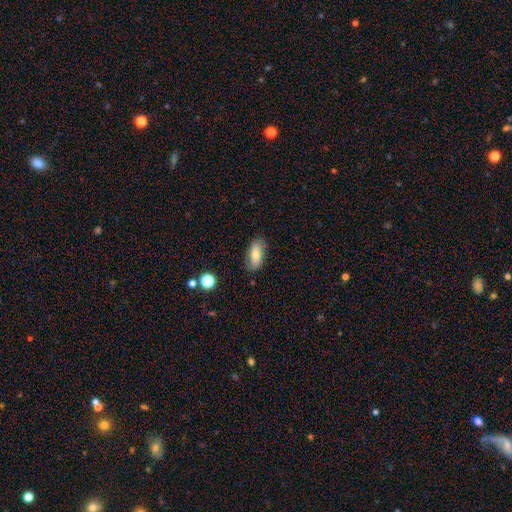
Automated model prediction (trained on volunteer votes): Q: Smooth or featured?
A: smooth (70%); runner-up: featured or disk (22%)
Q: How rounded?
A: in between (83%); runner-up: cigar-shaped (13%)
Q: Merging?
A: none (76%); runner-up: minor disturbance (18%)